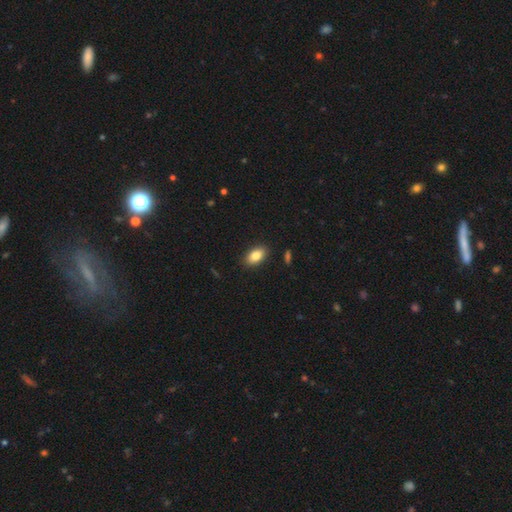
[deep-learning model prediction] A smooth galaxy with no disk features (83%) that is in between round and cigar-shaped (91%). Merging: none (88%).